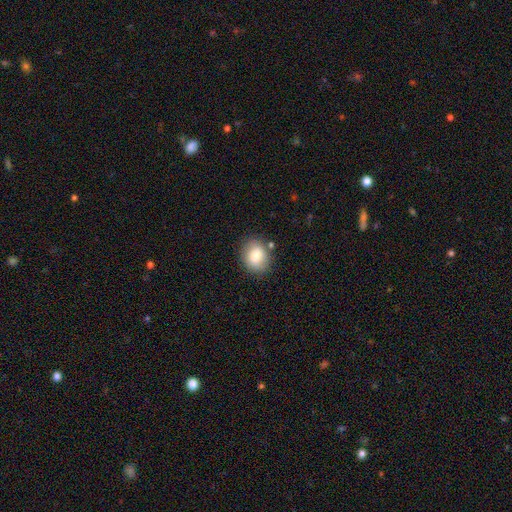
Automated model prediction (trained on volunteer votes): Smooth or featured? Predicted: smooth (p=0.80). How rounded? Predicted: round (p=0.51). Merging? Predicted: none (p=0.80).